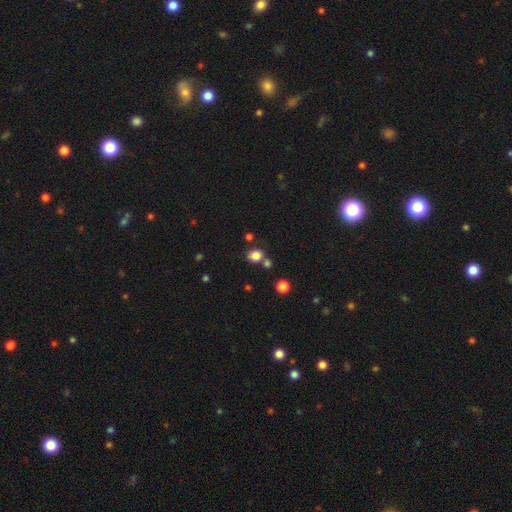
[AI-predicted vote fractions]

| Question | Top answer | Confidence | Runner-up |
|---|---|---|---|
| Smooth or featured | smooth | 82% | star or artifact (13%) |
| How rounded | round | 70% | in between (29%) |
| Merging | none | 68% | merger (18%) |